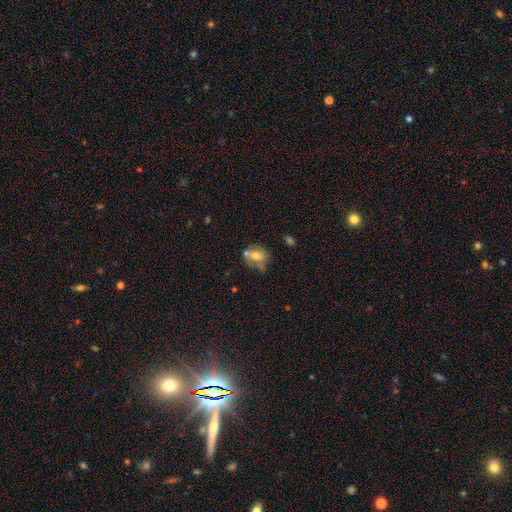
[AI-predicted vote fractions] The model was most divided on "how rounded": round: 52%, in between: 47%, cigar-shaped: 2%. Remaining: smooth or featured — smooth (62%); merging — none (46%).